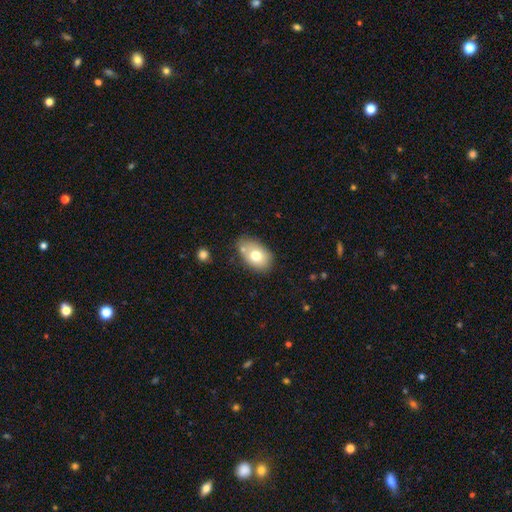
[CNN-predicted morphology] Smooth or featured: smooth — 73% (featured or disk — 19%)
How rounded: in between — 82% (round — 17%)
Merging: none — 62% (minor disturbance — 21%)